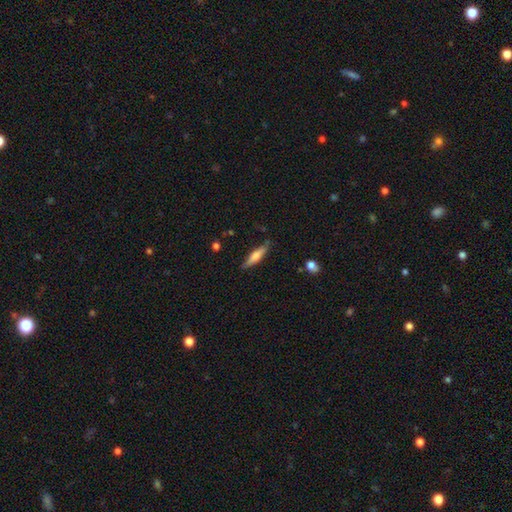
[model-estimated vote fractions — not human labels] Smooth or featured? smooth (51%)
How rounded? cigar-shaped (80%)
Merging? none (82%)